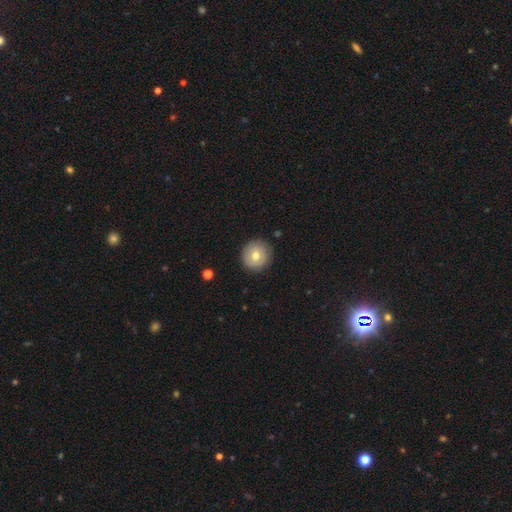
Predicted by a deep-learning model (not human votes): A smooth galaxy with no disk features (63%) that is round (93%). Merging: none (86%).